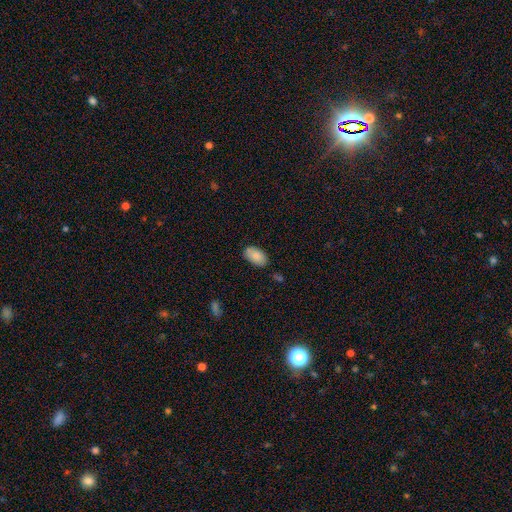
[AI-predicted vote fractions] Overall: smooth (86%). How rounded: in between (94%). Merging: none (77%).